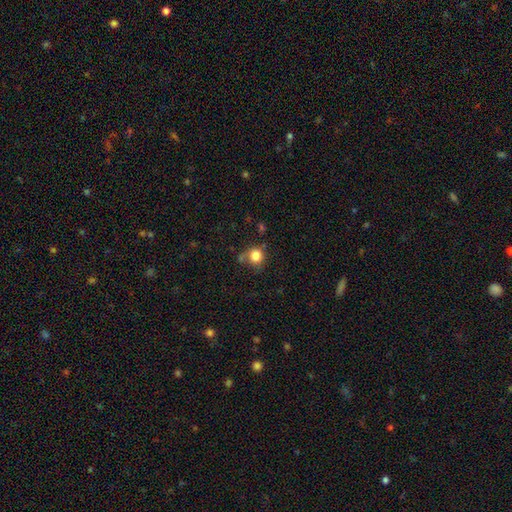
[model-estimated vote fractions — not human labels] Morphology: type=smooth (82%); roundness=round (88%); merging=none (65%).